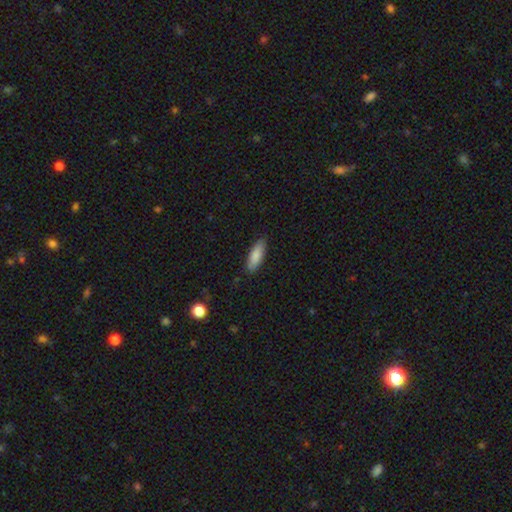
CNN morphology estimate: This is clearly a smooth galaxy (85%). How rounded: possibly in between (55%). Merging: clearly none (85%).